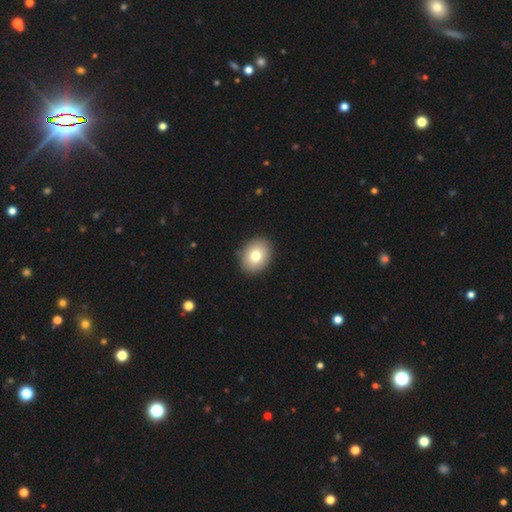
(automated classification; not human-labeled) The model was most divided on "how rounded": in between: 55%, round: 44%, cigar-shaped: 1%. More confident: merging — none (90%); smooth or featured — smooth (78%).